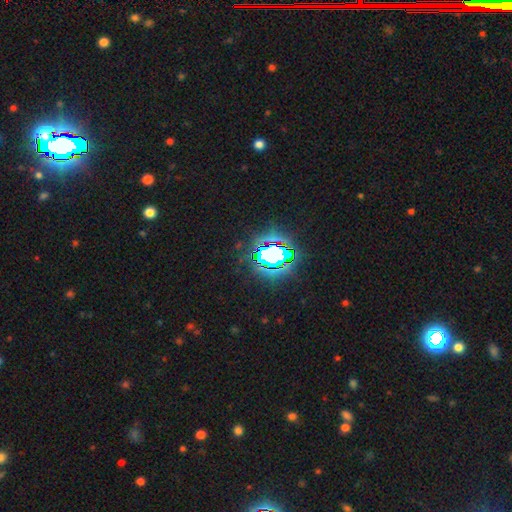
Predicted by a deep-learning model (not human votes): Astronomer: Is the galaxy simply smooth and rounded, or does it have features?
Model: star or artifact — 77%.